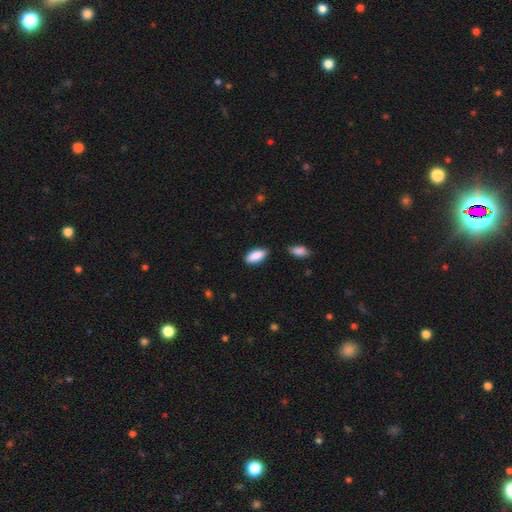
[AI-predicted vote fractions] Q: Smooth or featured?
A: smooth (89%); runner-up: star or artifact (6%)
Q: How rounded?
A: in between (88%); runner-up: cigar-shaped (10%)
Q: Merging?
A: none (76%); runner-up: minor disturbance (16%)